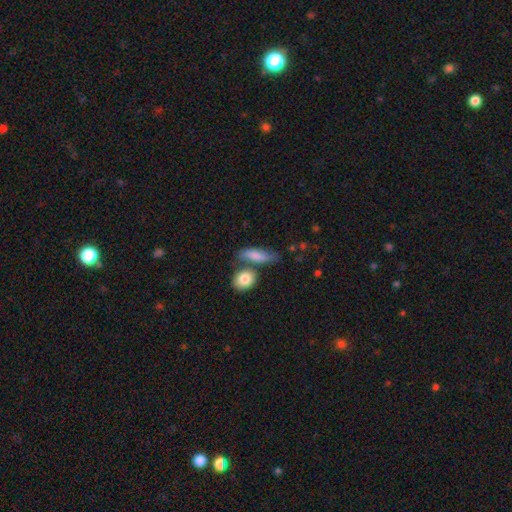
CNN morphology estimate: Smooth or featured: smooth — 78% (featured or disk — 15%)
How rounded: in between — 59% (cigar-shaped — 33%)
Merging: none — 50% (merger — 25%)